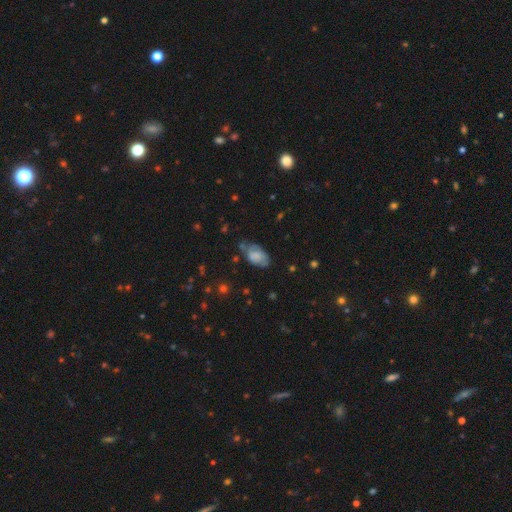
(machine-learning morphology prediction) The model was most divided on "merging": none: 50%, minor disturbance: 32%, major disturbance: 13%, merger: 5%. More confident: how rounded — in between (91%); smooth or featured — smooth (65%).